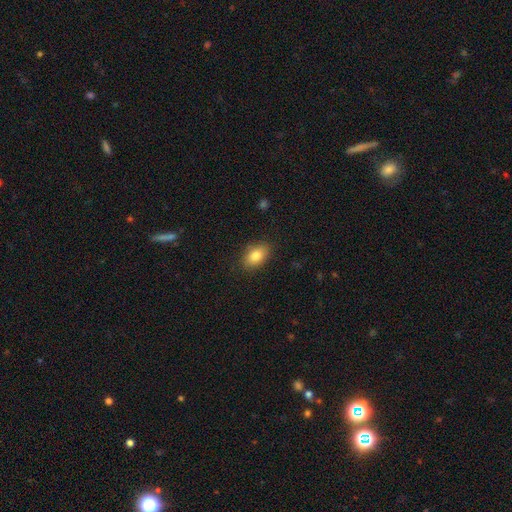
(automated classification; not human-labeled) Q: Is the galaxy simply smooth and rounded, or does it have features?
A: smooth — 83%.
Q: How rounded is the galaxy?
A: in between — 86%.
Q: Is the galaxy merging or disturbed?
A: none — 86%.